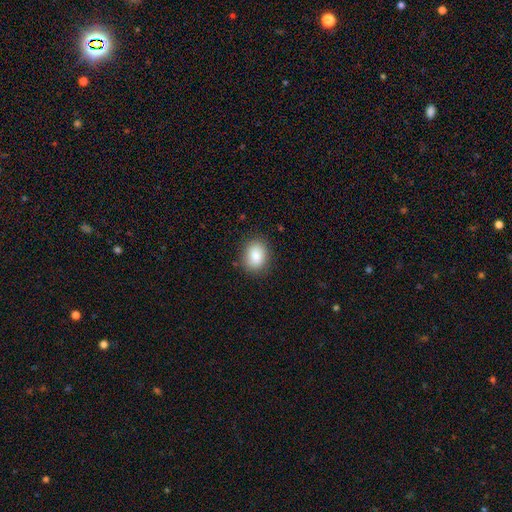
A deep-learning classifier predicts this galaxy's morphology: smooth 85%, star or artifact 8%, featured or disk 7%. Down the decision tree: how rounded — in between (52%); merging — none (85%).